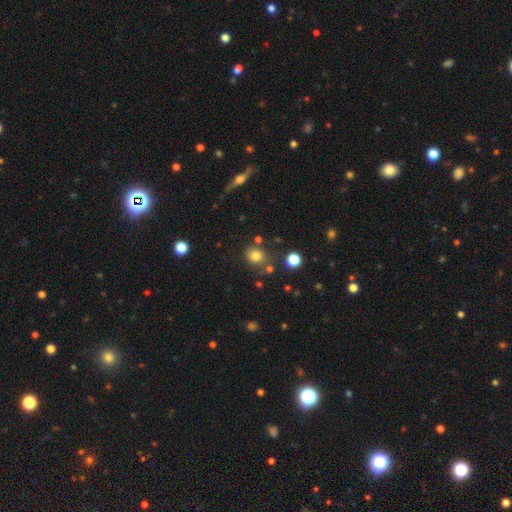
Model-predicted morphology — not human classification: A smooth galaxy with no disk features (79%) that is round (76%).

Vote fractions:
- Smooth or featured? smooth: 79% / star or artifact: 14% / featured or disk: 7%
- How rounded? round: 76% / in between: 23% / cigar-shaped: 1%
- Merging? none: 75% / minor disturbance: 12% / merger: 9% / major disturbance: 4%